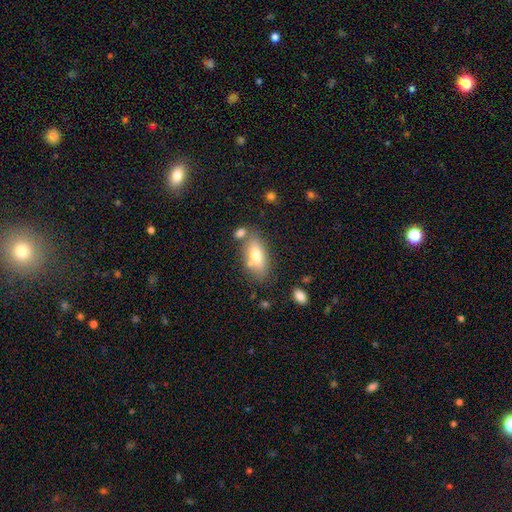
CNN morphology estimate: The model was most divided on "merging": none: 67%, minor disturbance: 15%, merger: 13%, major disturbance: 4%. More confident: how rounded — in between (84%); smooth or featured — smooth (73%).